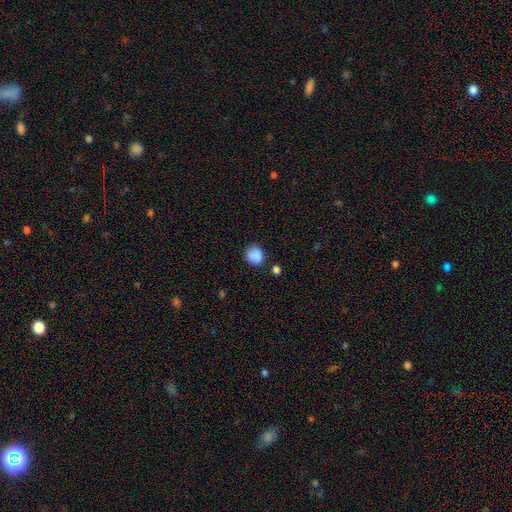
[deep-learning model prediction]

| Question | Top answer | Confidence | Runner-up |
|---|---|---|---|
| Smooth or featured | smooth | 85% | star or artifact (9%) |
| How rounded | round | 70% | in between (29%) |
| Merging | none | 66% | minor disturbance (22%) |